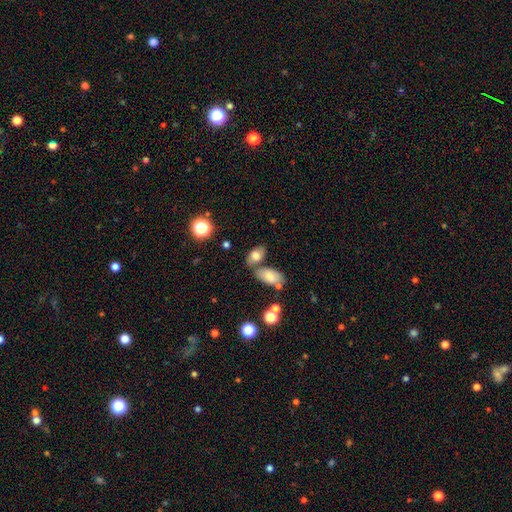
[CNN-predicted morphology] Smooth or featured? smooth (75%)
How rounded? in between (87%)
Merging? none (52%)